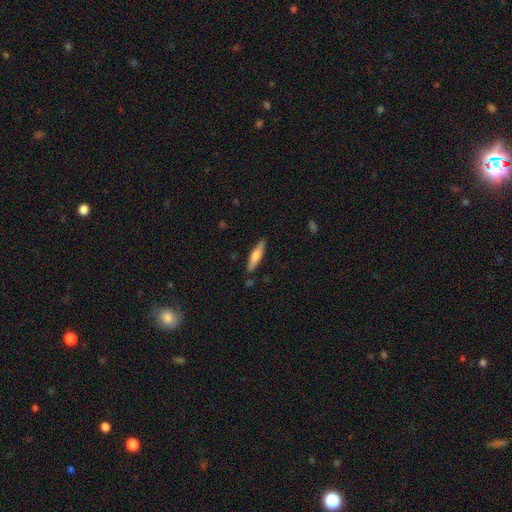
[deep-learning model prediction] Smooth or featured: smooth — 61% (featured or disk — 33%)
How rounded: cigar-shaped — 80% (in between — 19%)
Merging: none — 86% (minor disturbance — 10%)